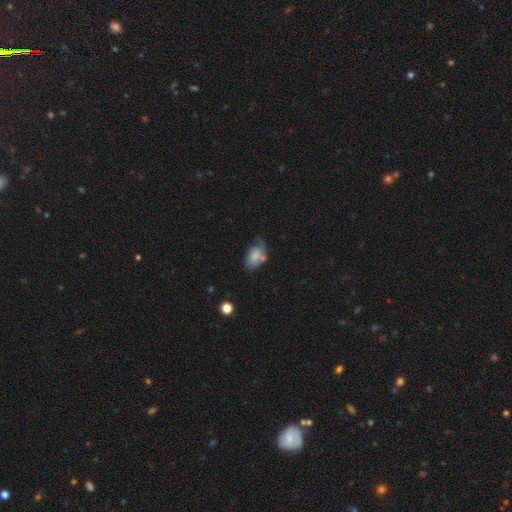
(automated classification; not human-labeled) smooth_or_featured: smooth (p=0.65) [alt: featured or disk p=0.26]
how_rounded: in between (p=0.87) [alt: round p=0.11]
merging: minor disturbance (p=0.36) [alt: none p=0.35]